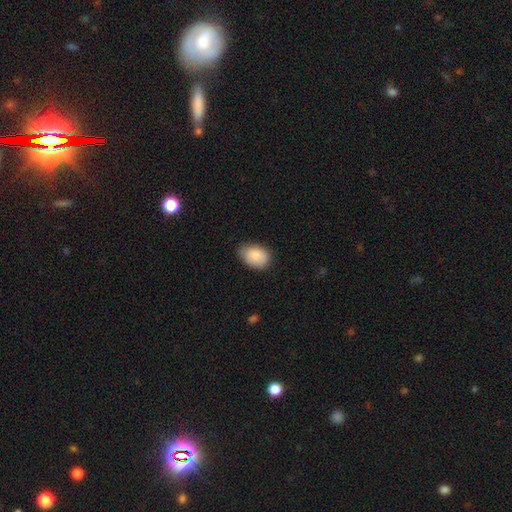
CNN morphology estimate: The model was most divided on "merging": none: 76%, minor disturbance: 20%, major disturbance: 3%, merger: 1%. More confident: smooth or featured — smooth (86%); how rounded — in between (82%).